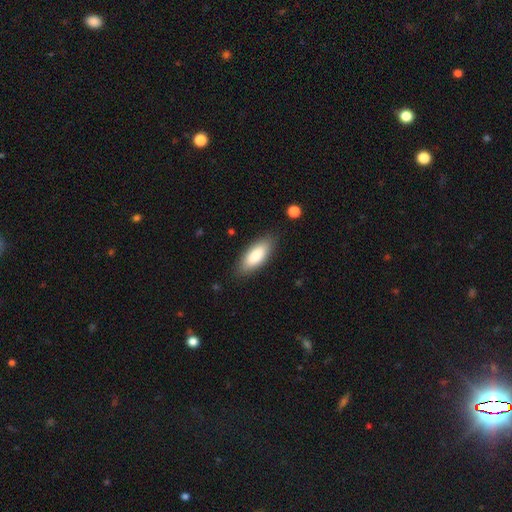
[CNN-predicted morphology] Smooth or featured? smooth (84%)
How rounded? in between (77%)
Merging? none (85%)